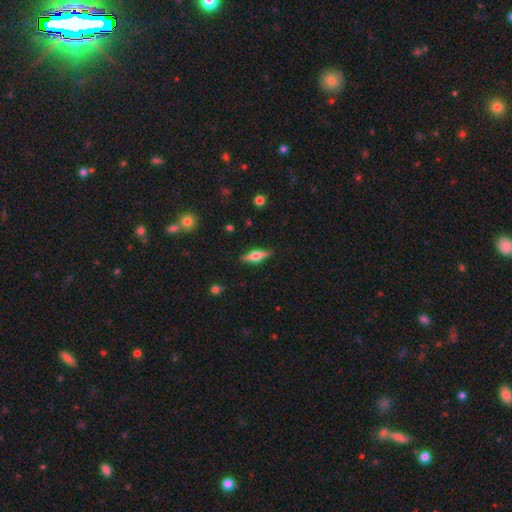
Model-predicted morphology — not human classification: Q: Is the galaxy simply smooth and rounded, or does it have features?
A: featured or disk — 59%.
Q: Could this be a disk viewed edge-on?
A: yes — 95%.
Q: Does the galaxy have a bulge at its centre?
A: rounded — 91%.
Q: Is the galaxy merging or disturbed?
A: none — 88%.